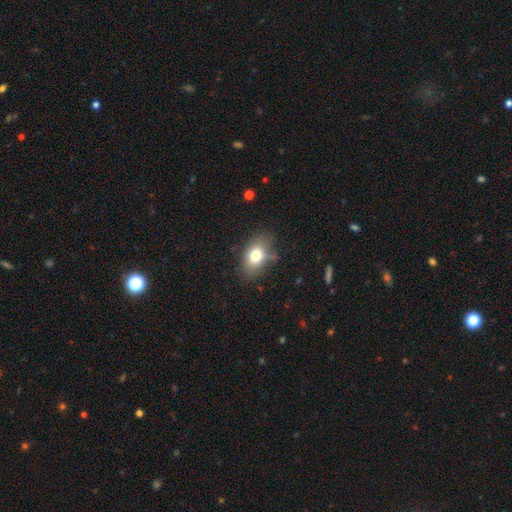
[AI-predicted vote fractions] Smooth or featured? Predicted: smooth (p=0.75). How rounded? Predicted: in between (p=0.79). Merging? Predicted: none (p=0.67).